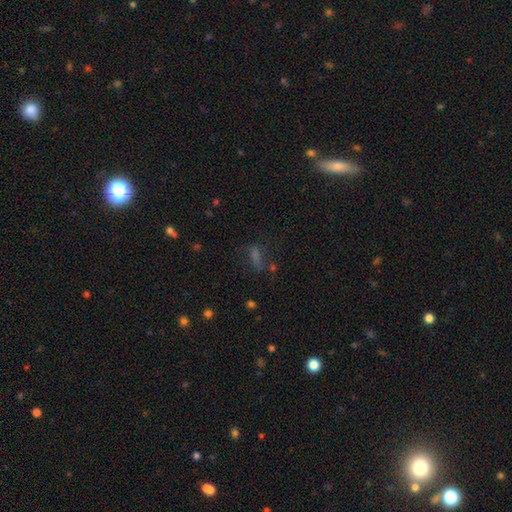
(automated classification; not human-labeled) Q: Smooth or featured?
A: smooth (45%); runner-up: star or artifact (33%)
Q: Merging?
A: none (59%); runner-up: minor disturbance (19%)